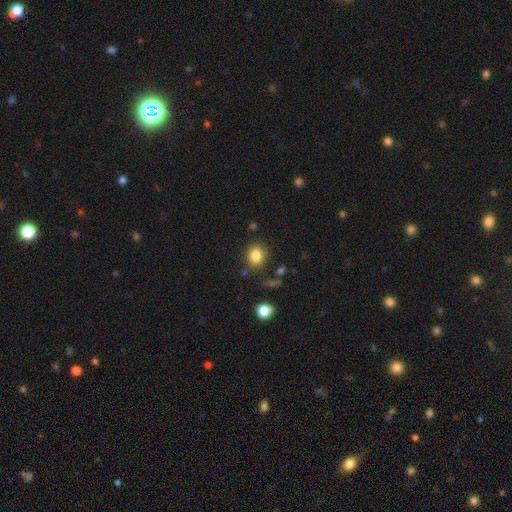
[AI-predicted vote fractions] This is clearly a smooth galaxy (83%). How rounded: likely round (70%). Merging: clearly none (83%).